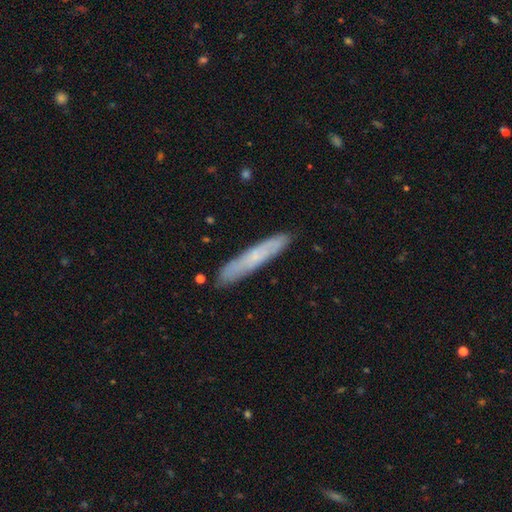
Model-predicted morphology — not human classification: Smooth or featured?
  - smooth: 56% *
  - featured or disk: 37%
  - star or artifact: 7%
How rounded?
  - cigar-shaped: 93% *
  - in between: 6%
  - round: 1%
Merging?
  - none: 88% *
  - minor disturbance: 9%
  - major disturbance: 2%
  - merger: 1%